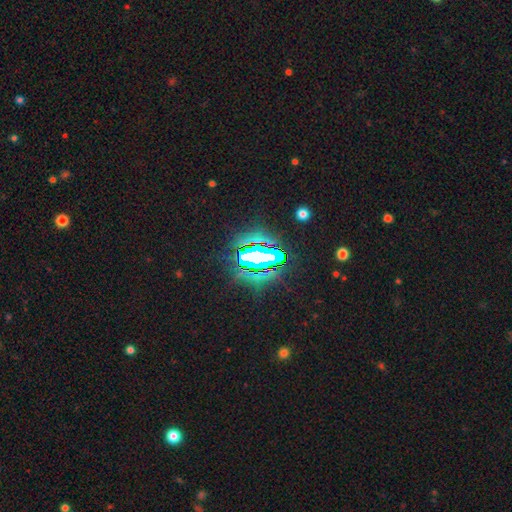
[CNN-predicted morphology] This appears to be a star or artifact, not a galaxy (73%).